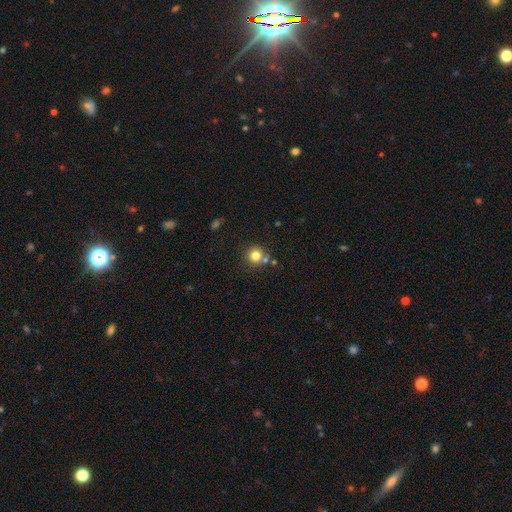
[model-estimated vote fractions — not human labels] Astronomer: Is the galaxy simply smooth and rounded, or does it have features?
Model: smooth — 79%.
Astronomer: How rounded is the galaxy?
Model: round — 92%.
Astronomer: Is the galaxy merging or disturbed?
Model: none — 72%.